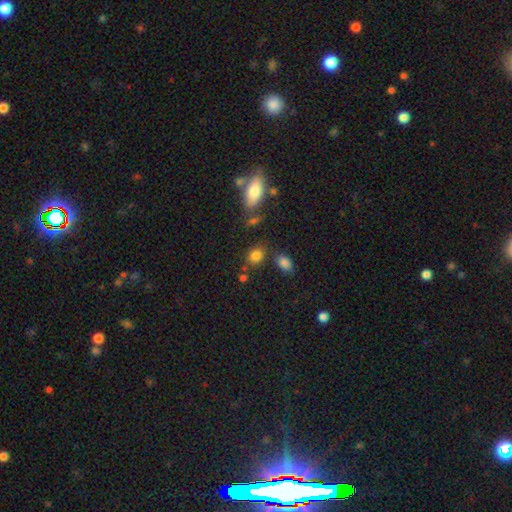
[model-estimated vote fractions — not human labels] A smooth galaxy with no disk features (82%) that is in between round and cigar-shaped (56%). Merging: none (70%).